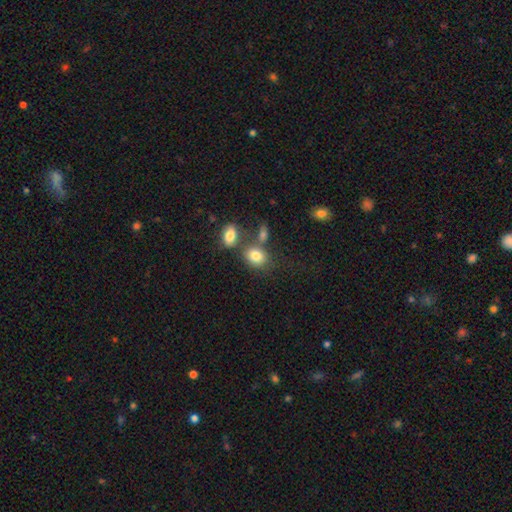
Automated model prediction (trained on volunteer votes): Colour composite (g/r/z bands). It shows a smooth galaxy with no disk features (81%) that is in between round and cigar-shaped (62%). Merging: none (52%).